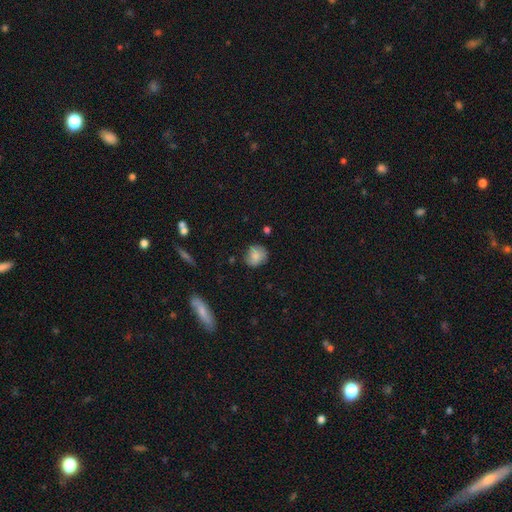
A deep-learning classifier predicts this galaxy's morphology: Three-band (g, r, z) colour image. It shows a smooth galaxy with no disk features (77%) that is round (73%). Merging: none (71%).